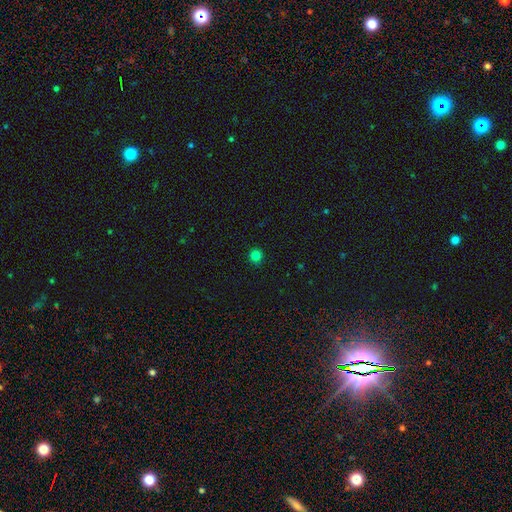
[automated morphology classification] Smooth or featured?
  - smooth: 81% *
  - star or artifact: 15%
  - featured or disk: 4%
How rounded?
  - round: 94% *
  - in between: 5%
  - cigar-shaped: 1%
Merging?
  - none: 92% *
  - minor disturbance: 5%
  - major disturbance: 2%
  - merger: 1%